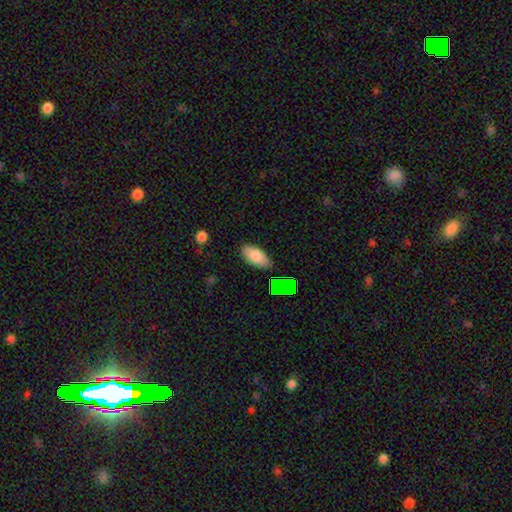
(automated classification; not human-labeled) A smooth galaxy with no disk features (79%) that is in between round and cigar-shaped (90%).

Vote fractions:
- Smooth or featured? smooth: 79% / star or artifact: 11% / featured or disk: 10%
- How rounded? in between: 90% / cigar-shaped: 7% / round: 3%
- Merging? none: 80% / minor disturbance: 13% / merger: 3% / major disturbance: 3%